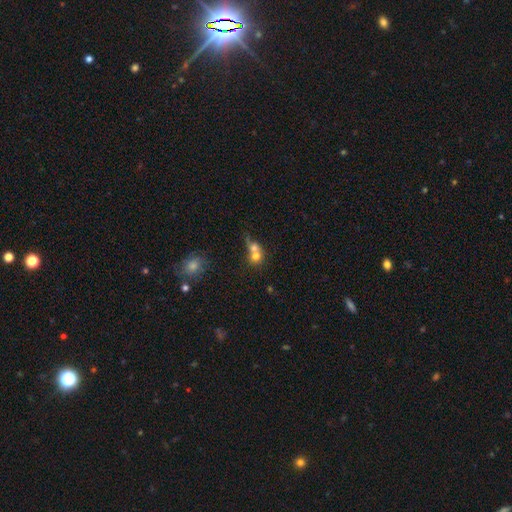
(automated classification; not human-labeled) smooth_or_featured: smooth (p=0.70) [alt: featured or disk p=0.18]
how_rounded: round (p=0.73) [alt: in between p=0.26]
merging: merger (p=0.69) [alt: none p=0.21]